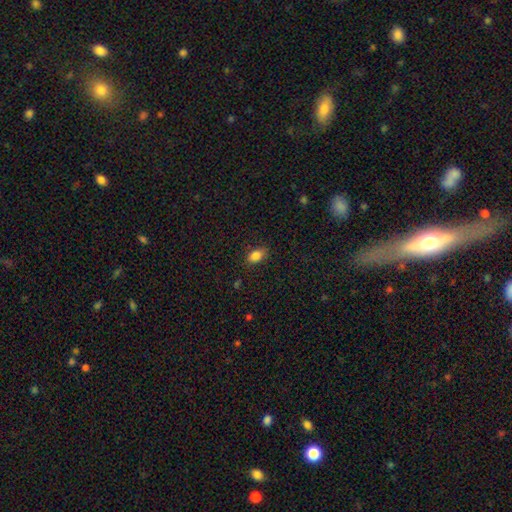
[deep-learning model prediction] Smooth or featured: smooth — 85% (star or artifact — 10%)
How rounded: in between — 85% (round — 13%)
Merging: none — 83% (minor disturbance — 13%)